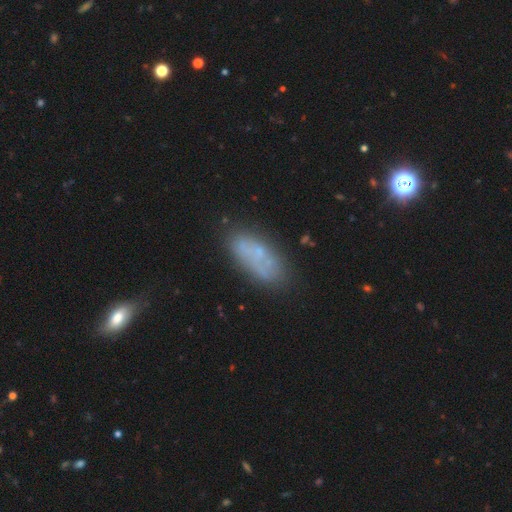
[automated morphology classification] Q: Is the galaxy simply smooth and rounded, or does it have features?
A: smooth — 55%.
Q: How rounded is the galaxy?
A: in between — 77%.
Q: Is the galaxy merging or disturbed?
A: none — 64%.